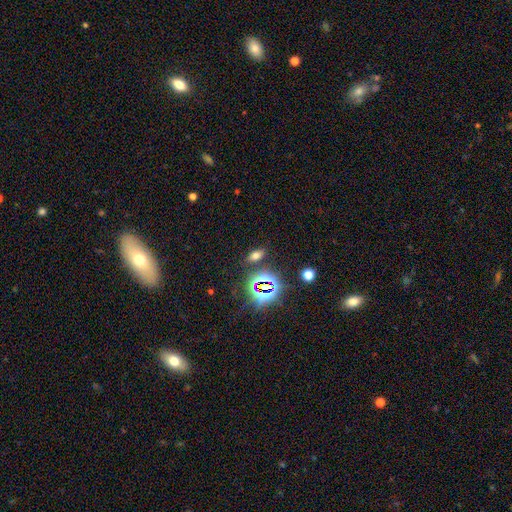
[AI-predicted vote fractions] A smooth galaxy with no disk features (55%) that is in between round and cigar-shaped (81%). Merging: none (84%).